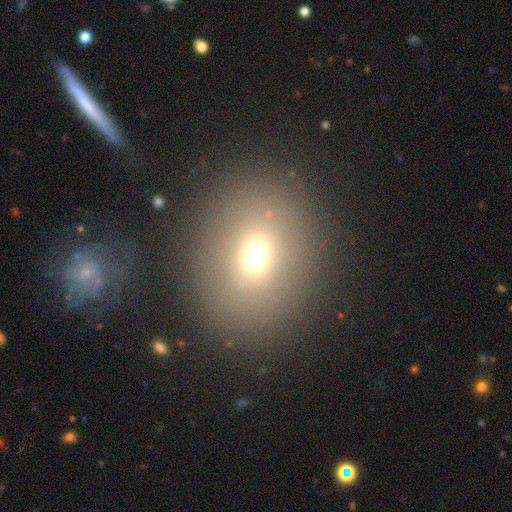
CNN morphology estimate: smooth_or_featured: smooth (p=0.68) [alt: star or artifact p=0.17]
how_rounded: round (p=0.64) [alt: in between p=0.35]
merging: none (p=0.83) [alt: minor disturbance p=0.09]